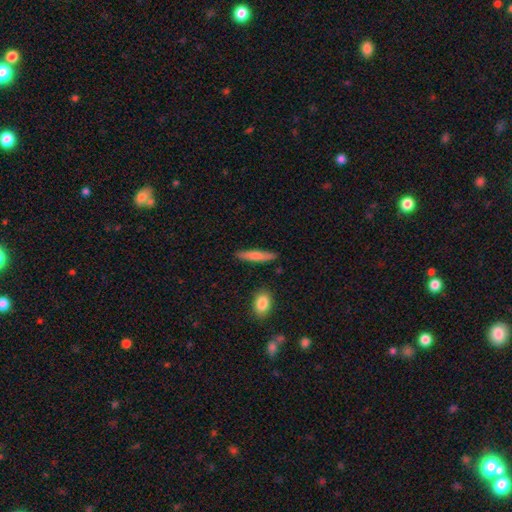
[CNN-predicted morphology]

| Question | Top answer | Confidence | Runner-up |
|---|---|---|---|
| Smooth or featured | smooth | 73% | featured or disk (21%) |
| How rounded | cigar-shaped | 84% | in between (14%) |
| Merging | none | 86% | minor disturbance (9%) |